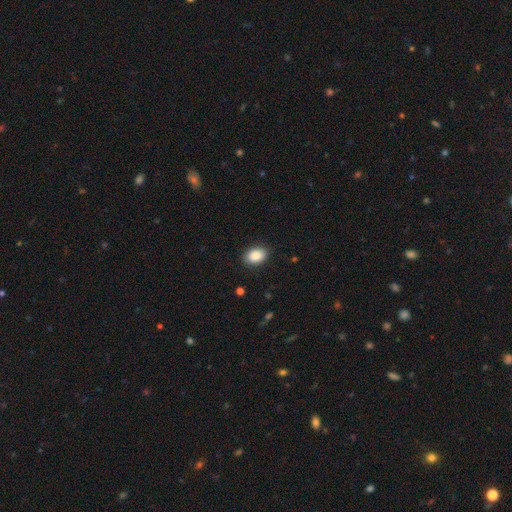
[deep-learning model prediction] Morphology: type=smooth (88%); roundness=in between (80%); merging=none (88%).